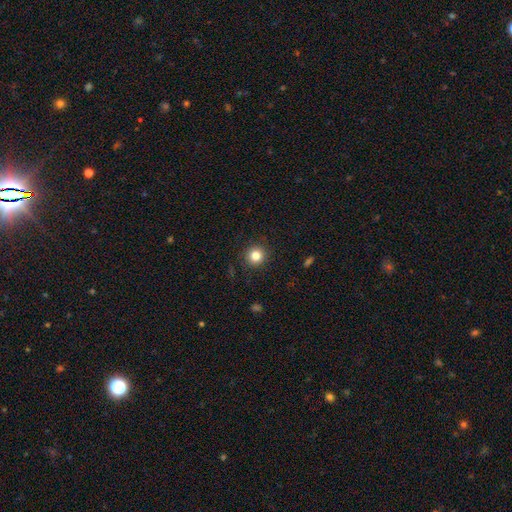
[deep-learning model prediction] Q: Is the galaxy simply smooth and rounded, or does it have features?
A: smooth — 82%.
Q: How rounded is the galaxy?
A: round — 93%.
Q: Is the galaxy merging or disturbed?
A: none — 91%.